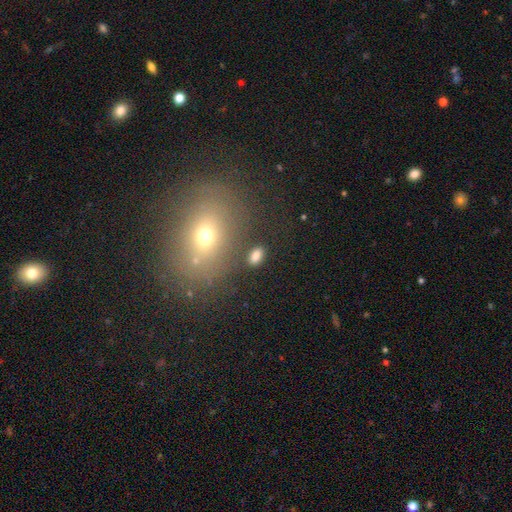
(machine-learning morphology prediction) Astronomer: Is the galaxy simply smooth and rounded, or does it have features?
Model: smooth — 81%.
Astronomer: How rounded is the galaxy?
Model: in between — 87%.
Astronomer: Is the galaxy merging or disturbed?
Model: none — 82%.